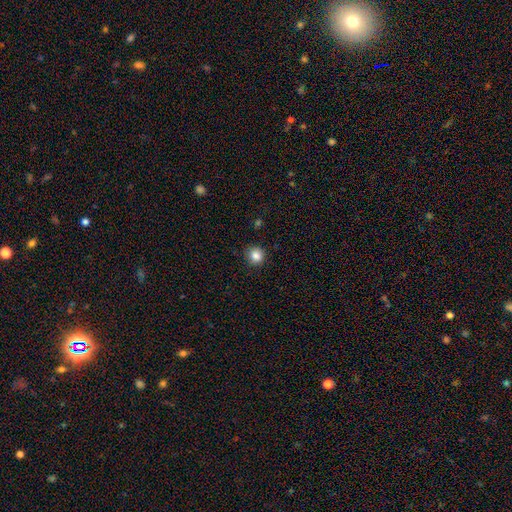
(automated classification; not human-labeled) Smooth or featured? Predicted: smooth (p=0.86). How rounded? Predicted: round (p=0.91). Merging? Predicted: none (p=0.88).